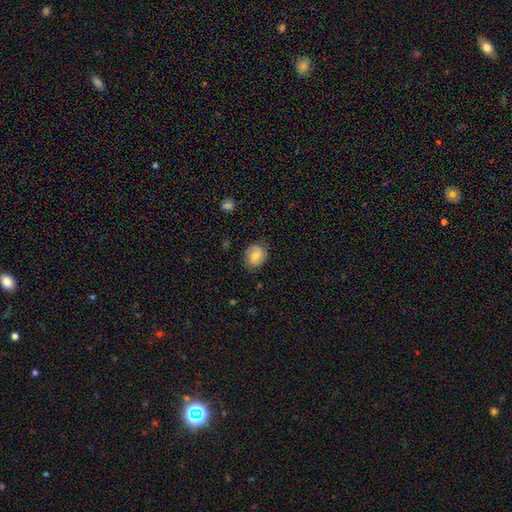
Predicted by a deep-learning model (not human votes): This is possibly a smooth galaxy (58%). How rounded: possibly round (60%). Merging: likely none (79%).